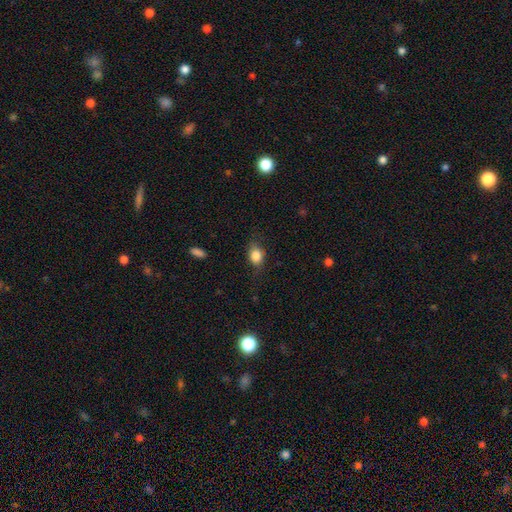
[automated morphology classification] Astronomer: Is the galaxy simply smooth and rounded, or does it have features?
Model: smooth — 82%.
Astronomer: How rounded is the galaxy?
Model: in between — 57% (runner-up: round, 41%).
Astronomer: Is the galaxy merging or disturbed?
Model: none — 72%.